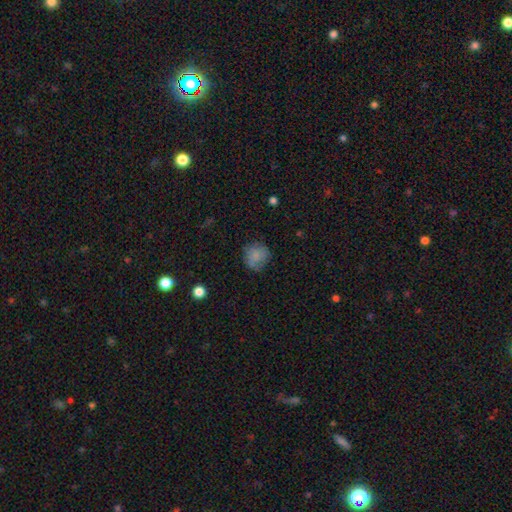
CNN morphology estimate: smooth-or-featured: smooth: 78% | featured or disk: 13% | star or artifact: 9%
  how-rounded: round: 86% | in between: 13% | cigar-shaped: 1%
  merging: none: 72% | minor disturbance: 20% | major disturbance: 6% | merger: 1%